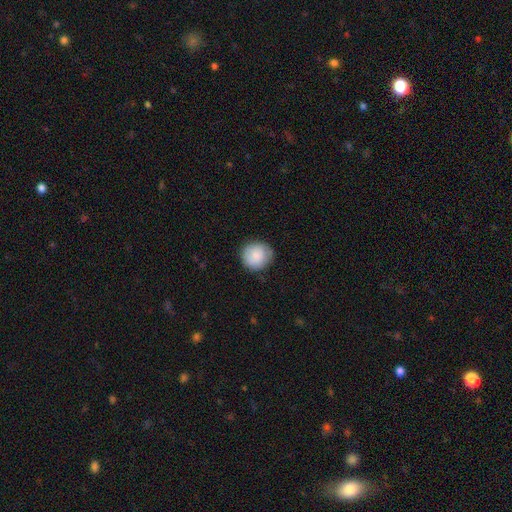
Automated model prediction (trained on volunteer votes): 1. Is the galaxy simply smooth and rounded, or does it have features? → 82% smooth, 11% featured or disk, 7% star or artifact.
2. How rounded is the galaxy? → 91% round, 8% in between, 1% cigar-shaped.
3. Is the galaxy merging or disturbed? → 83% none, 14% minor disturbance, 3% major disturbance, 1% merger.